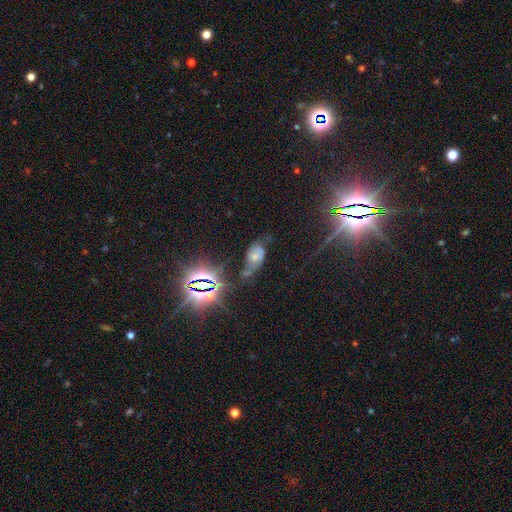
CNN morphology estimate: Smooth or featured?
  - featured or disk: 43% *
  - smooth: 29%
  - star or artifact: 28%
Merging?
  - none: 41% *
  - minor disturbance: 29%
  - major disturbance: 23%
  - merger: 8%